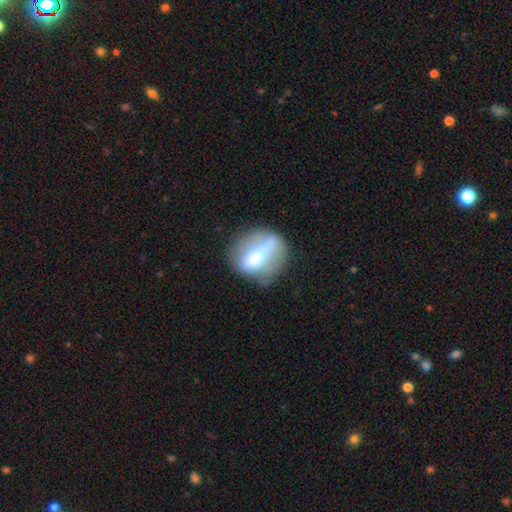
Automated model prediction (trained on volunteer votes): Q: Smooth or featured?
A: smooth (51%); runner-up: featured or disk (40%)
Q: How rounded?
A: round (51%); runner-up: in between (42%)
Q: Merging?
A: none (49%); runner-up: minor disturbance (24%)